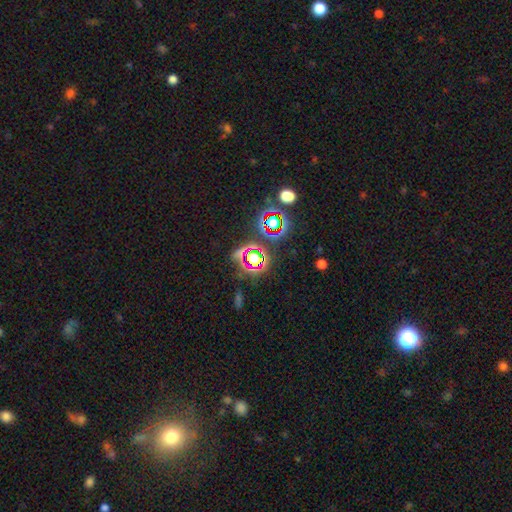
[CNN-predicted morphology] Smooth or featured? Predicted: star or artifact (p=0.66).